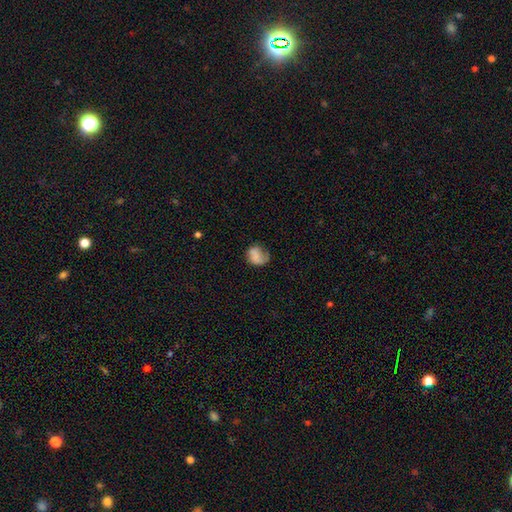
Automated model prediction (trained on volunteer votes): Overall: smooth (64%; featured or disk 27%). How rounded: round (58%; in between 41%). Merging: none (42%; minor disturbance 30%).